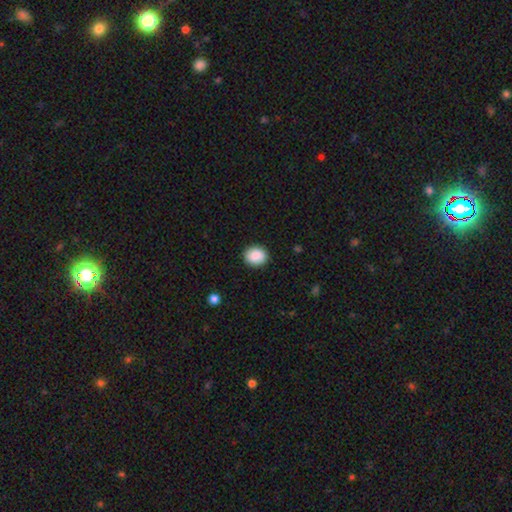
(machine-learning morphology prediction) Smooth or featured? Predicted: smooth (p=0.88). How rounded? Predicted: round (p=0.68). Merging? Predicted: none (p=0.90).